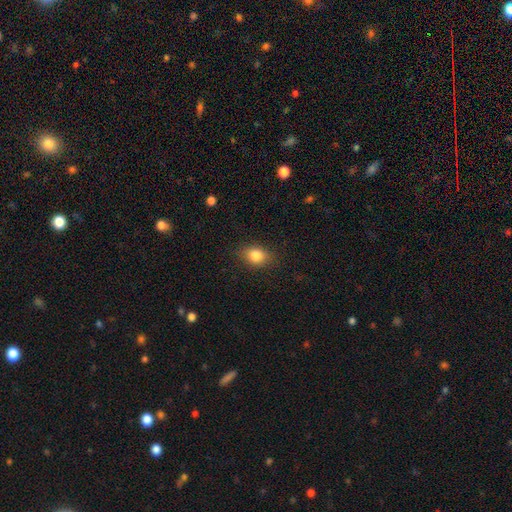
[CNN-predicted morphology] A smooth galaxy with no disk features (82%) that is in between round and cigar-shaped (63%). Merging: none (85%).